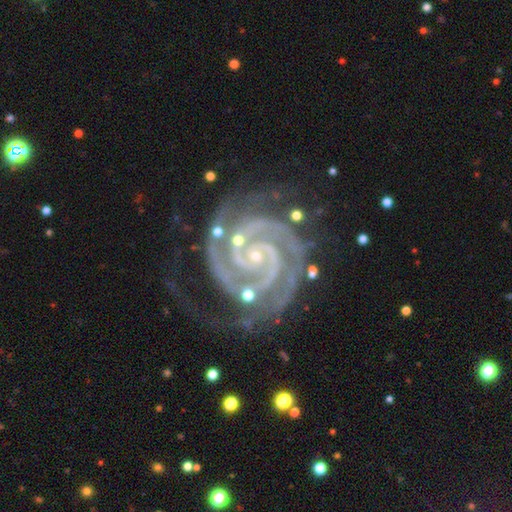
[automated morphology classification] Smooth or featured? featured or disk (94%)
Edge-on disk? no (98%)
Bar? no (60%)
Spiral arms? yes (99%)
Spiral winding? tight (79%)
Spiral arm count? 2 (74%)
Bulge size? small (85%)
Merging? none (64%)